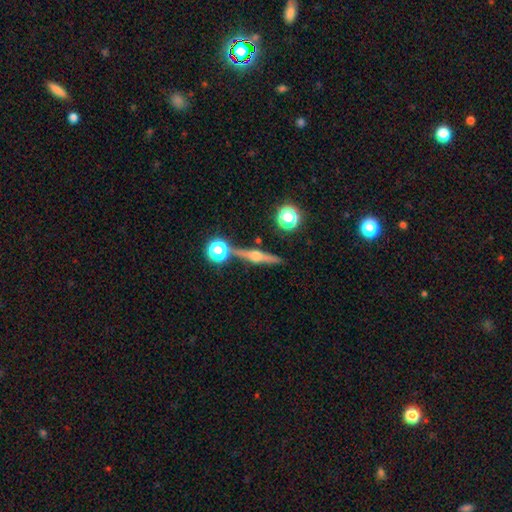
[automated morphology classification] Overall: featured or disk (77%). Edge-on disk: yes (97%). Edge-on bulge: rounded (94%). Merging: none (84%).